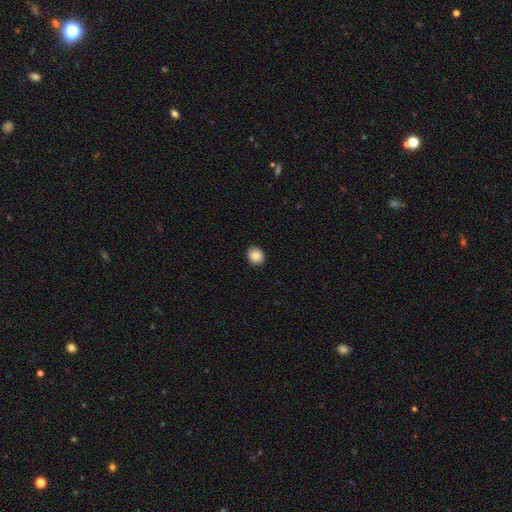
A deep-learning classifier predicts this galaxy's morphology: type=smooth (87%); roundness=round (76%); merging=none (92%).